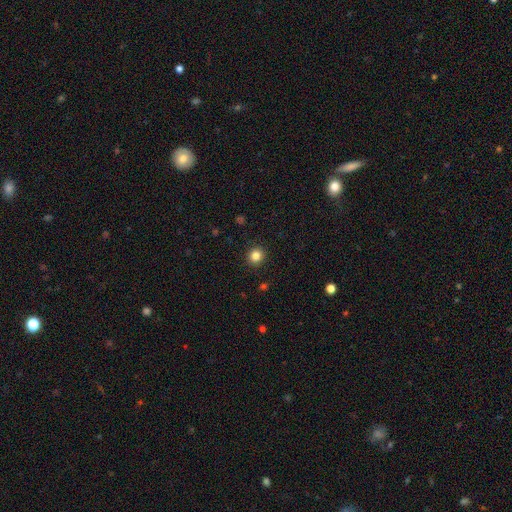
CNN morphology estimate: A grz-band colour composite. It shows a smooth galaxy with no disk features (84%) that is round (86%). Merging: none (92%).